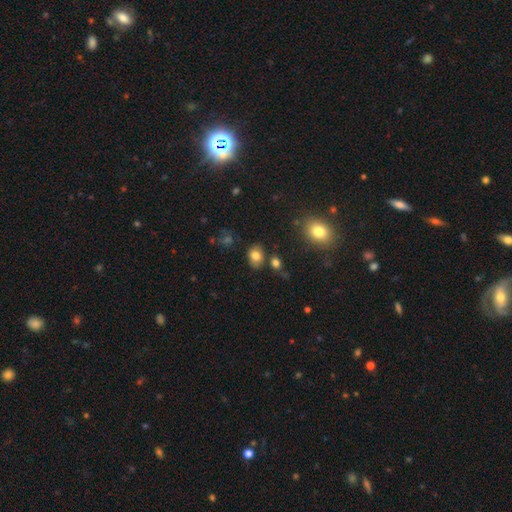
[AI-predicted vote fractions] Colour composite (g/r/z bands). It shows a smooth galaxy with no disk features (81%) that is in between round and cigar-shaped (66%). Merging: none (78%).